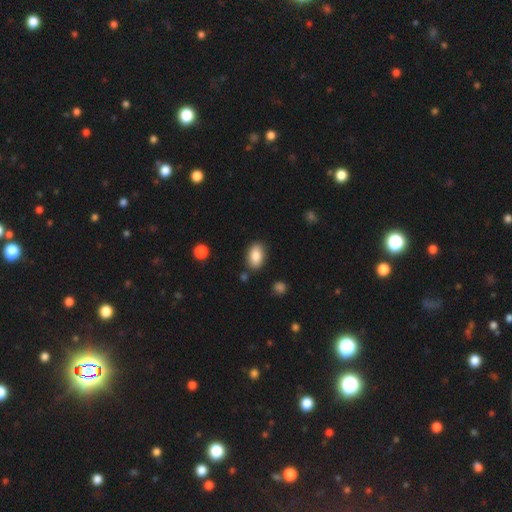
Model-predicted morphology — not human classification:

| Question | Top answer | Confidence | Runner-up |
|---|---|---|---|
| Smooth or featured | smooth | 84% | featured or disk (8%) |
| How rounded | in between | 90% | round (8%) |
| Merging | none | 84% | minor disturbance (11%) |